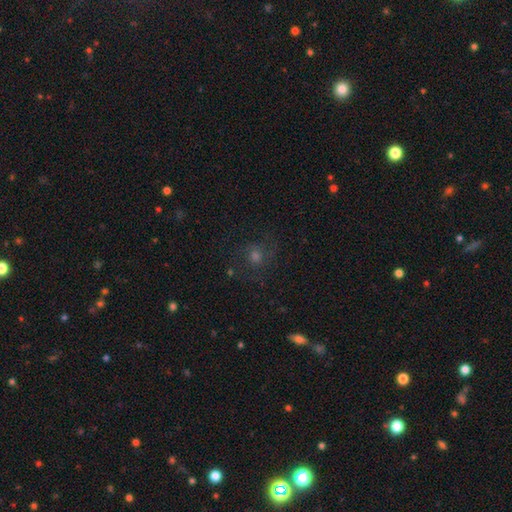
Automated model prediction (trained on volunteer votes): The model was most divided on "smooth or featured": smooth: 37%, star or artifact: 32%, featured or disk: 30%. More confident: merging — none (72%).